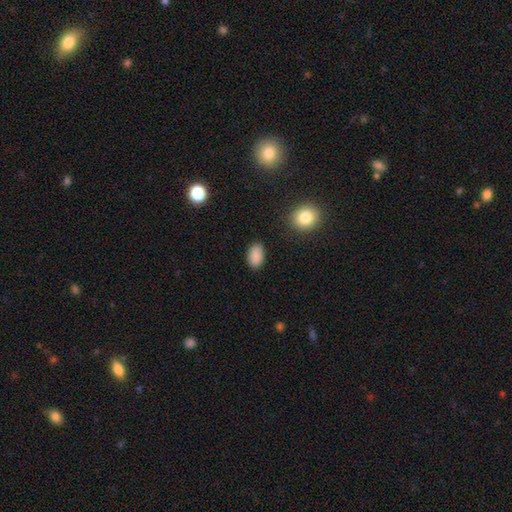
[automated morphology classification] A smooth galaxy with no disk features (88%) that is in between round and cigar-shaped (90%).

Vote fractions:
- Smooth or featured? smooth: 88% / star or artifact: 8% / featured or disk: 4%
- How rounded? in between: 90% / round: 8% / cigar-shaped: 2%
- Merging? none: 83% / minor disturbance: 12% / major disturbance: 3% / merger: 2%